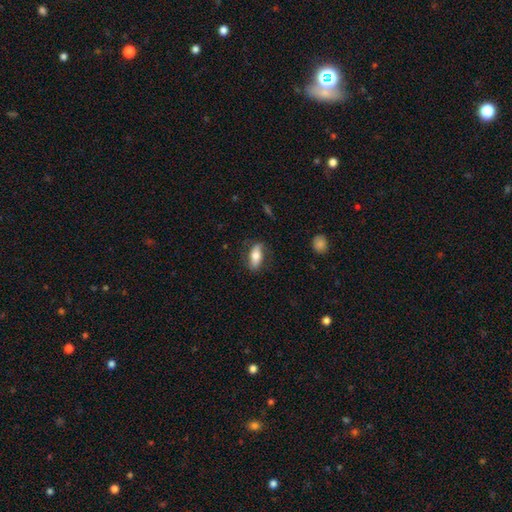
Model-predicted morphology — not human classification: Smooth or featured? Predicted: smooth (p=0.67). How rounded? Predicted: in between (p=0.77). Merging? Predicted: none (p=0.76).